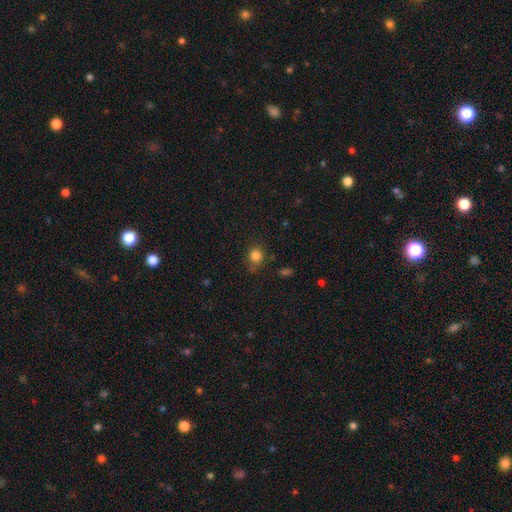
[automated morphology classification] smooth 82%, star or artifact 12%, featured or disk 5%. Down the decision tree: how rounded — round (76%); merging — none (71%).